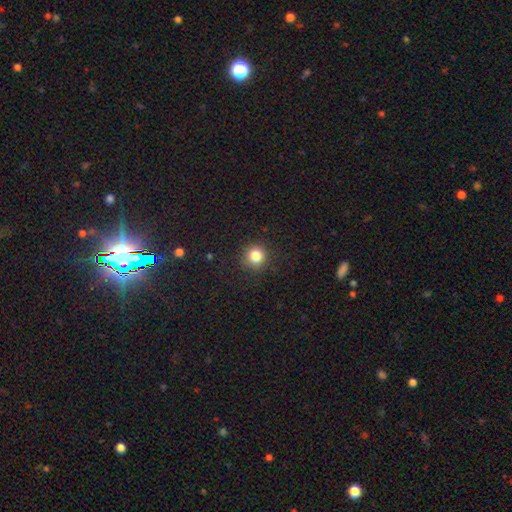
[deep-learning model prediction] A smooth galaxy with no disk features (83%) that is round (93%).

Vote fractions:
- Smooth or featured? smooth: 83% / star or artifact: 12% / featured or disk: 5%
- How rounded? round: 93% / in between: 6% / cigar-shaped: 1%
- Merging? none: 89% / minor disturbance: 8% / major disturbance: 3% / merger: 1%